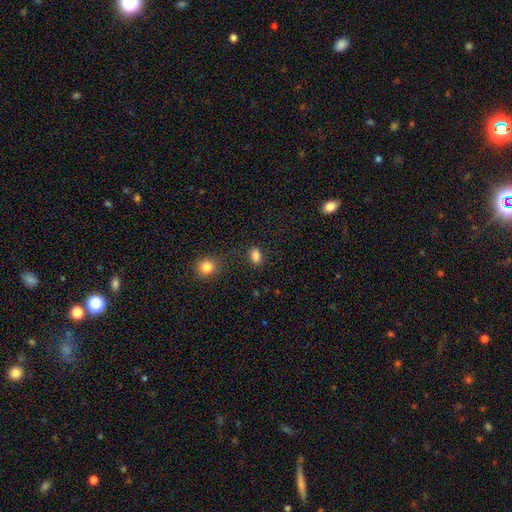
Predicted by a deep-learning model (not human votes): Overall: smooth (85%). How rounded: in between (80%). Merging: none (81%).